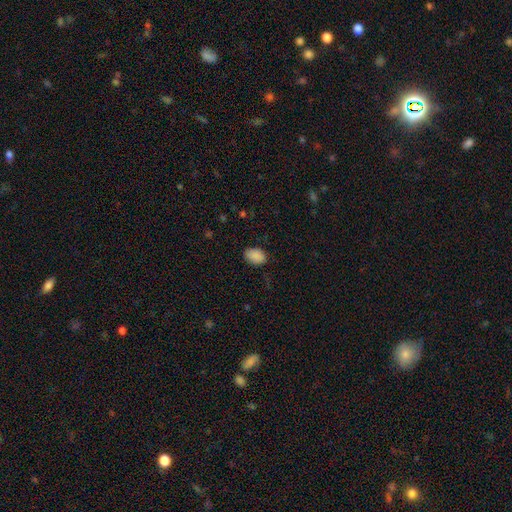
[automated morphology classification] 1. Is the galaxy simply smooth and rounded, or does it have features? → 89% smooth, 8% star or artifact, 3% featured or disk.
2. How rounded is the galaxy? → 85% in between, 14% round, 1% cigar-shaped.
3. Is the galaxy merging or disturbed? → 82% none, 14% minor disturbance, 3% major disturbance, 1% merger.